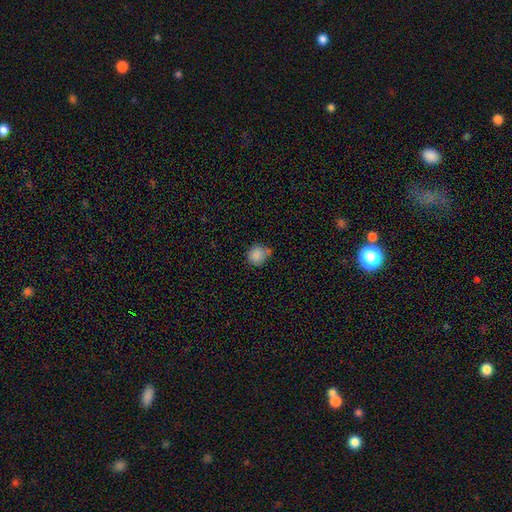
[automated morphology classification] Smooth or featured: smooth — 86% (star or artifact — 10%)
How rounded: round — 86% (in between — 13%)
Merging: none — 57% (minor disturbance — 24%)